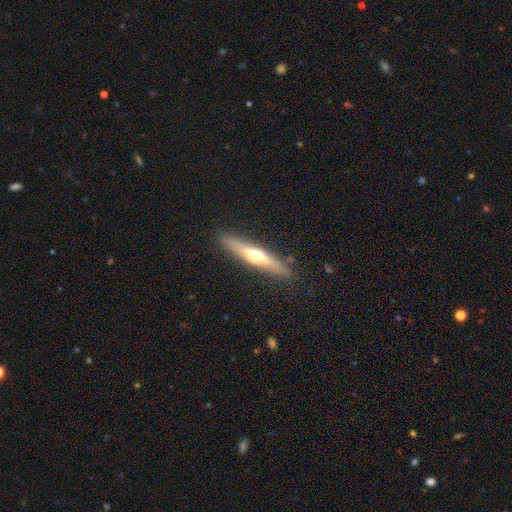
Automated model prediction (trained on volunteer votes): A featured or disk galaxy (57%) viewed edge-on (92%) with a rounded central bulge (87%).

Vote fractions:
- Smooth or featured? featured or disk: 57% / smooth: 37% / star or artifact: 6%
- Edge-on disk? yes: 92% / no: 8%
- Edge-on bulge? rounded: 87% / none: 10% / boxy: 4%
- Merging? none: 87% / minor disturbance: 9% / major disturbance: 2% / merger: 1%